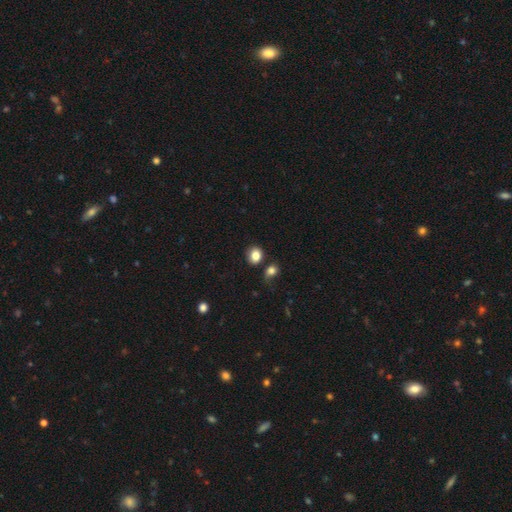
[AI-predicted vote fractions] Smooth or featured: smooth — 83% (star or artifact — 10%)
How rounded: round — 72% (in between — 27%)
Merging: none — 76% (minor disturbance — 11%)